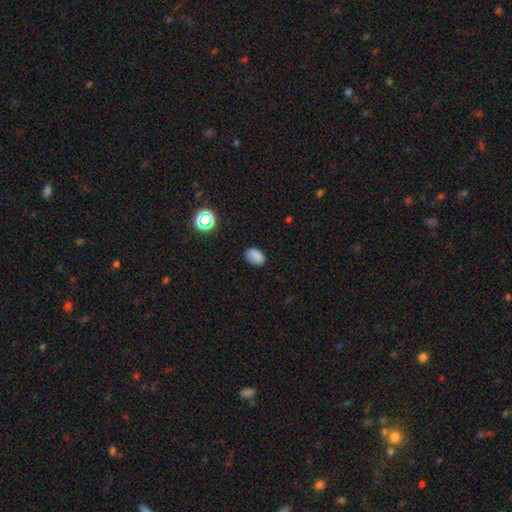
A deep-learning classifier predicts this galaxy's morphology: A smooth galaxy with no disk features (83%) that is in between round and cigar-shaped (86%). Merging: none (83%).